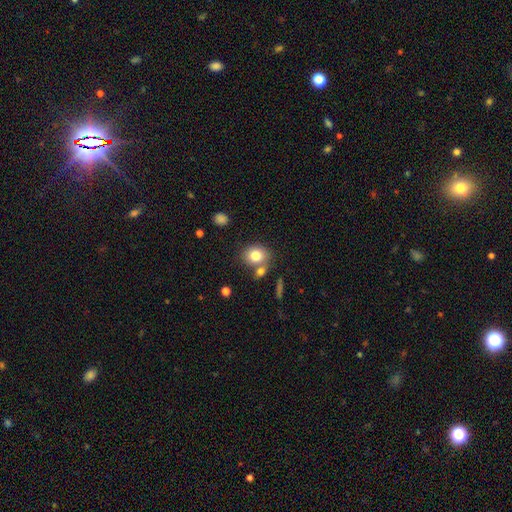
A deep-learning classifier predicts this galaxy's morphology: This appears to be a smooth galaxy with no disk features (79%) that is round (65%). Merging: none (63%).